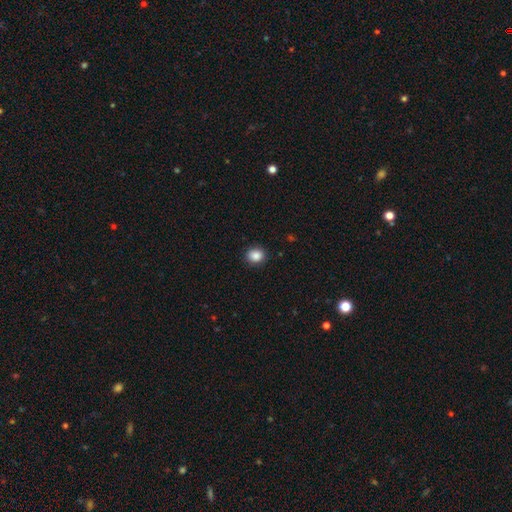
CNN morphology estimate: smooth 87%, star or artifact 10%, featured or disk 3%. Down the decision tree: how rounded — round (68%); merging — none (89%).